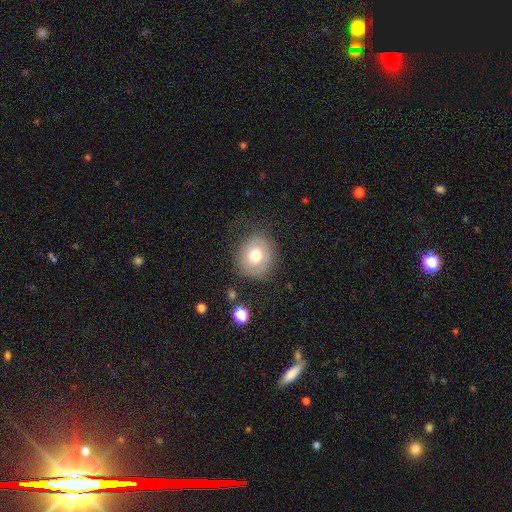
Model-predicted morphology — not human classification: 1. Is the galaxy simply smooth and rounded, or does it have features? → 70% smooth, 20% featured or disk, 10% star or artifact.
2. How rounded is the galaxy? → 83% round, 16% in between, 1% cigar-shaped.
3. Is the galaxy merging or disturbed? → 74% none, 16% minor disturbance, 8% major disturbance, 2% merger.